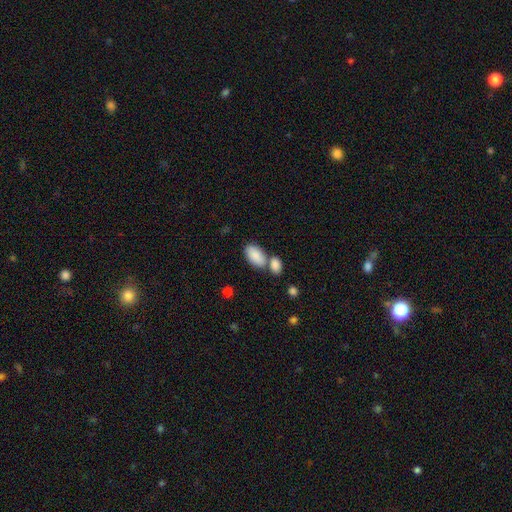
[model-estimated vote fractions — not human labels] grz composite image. It shows a smooth galaxy with no disk features (88%) that is in between round and cigar-shaped (95%). Merging: none (50%).